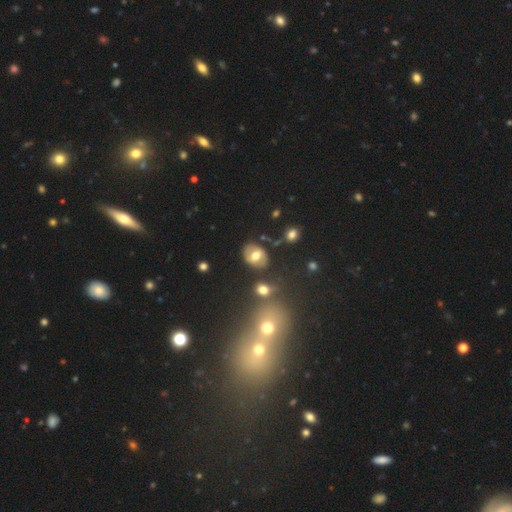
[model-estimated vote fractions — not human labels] smooth-or-featured: smooth: 51% | featured or disk: 40% | star or artifact: 9%
  how-rounded: in between: 59% | round: 39% | cigar-shaped: 1%
  merging: none: 78% | minor disturbance: 13% | merger: 5% | major disturbance: 5%